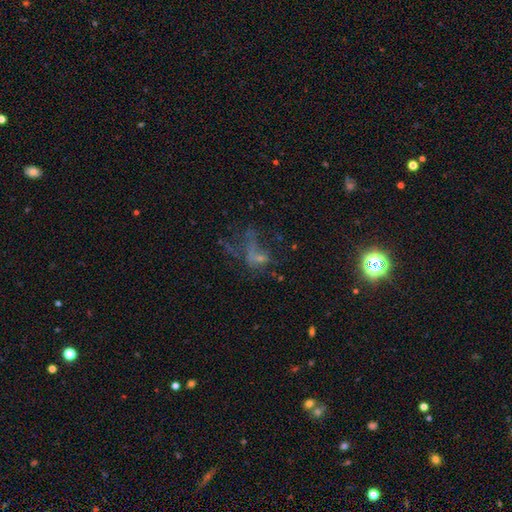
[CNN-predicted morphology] type=featured or disk (38%); merging=major disturbance (44%).